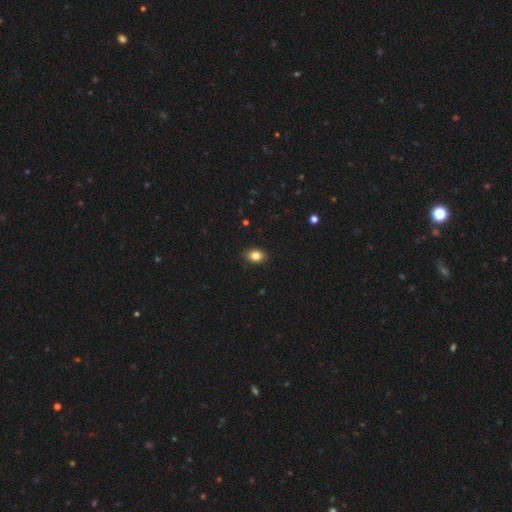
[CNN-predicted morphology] This appears to be a smooth galaxy with no disk features (83%) that is in between round and cigar-shaped (77%). Merging: none (88%).